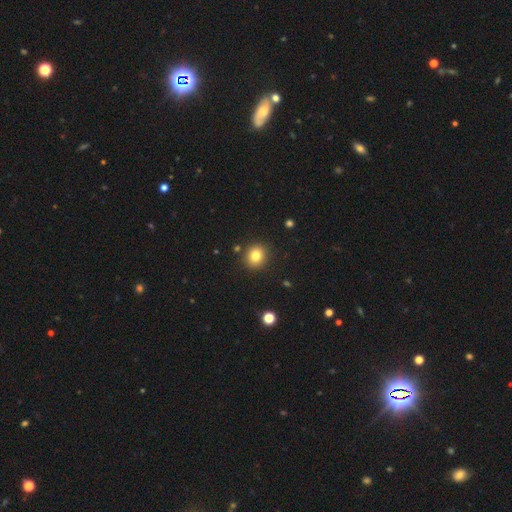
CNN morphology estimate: Smooth or featured? Predicted: smooth (p=0.81). How rounded? Predicted: round (p=0.84). Merging? Predicted: none (p=0.89).